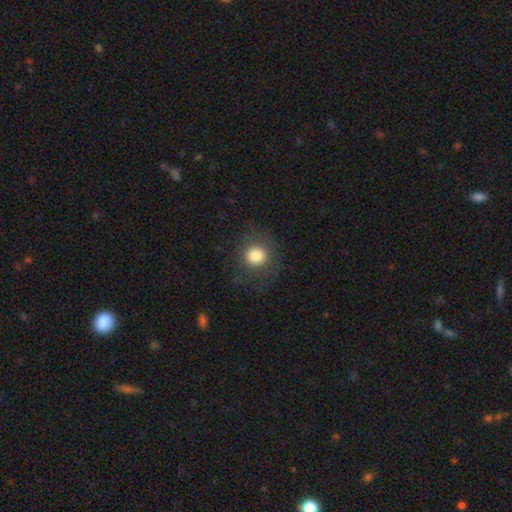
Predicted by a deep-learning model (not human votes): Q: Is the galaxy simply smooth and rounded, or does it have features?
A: smooth — 80%.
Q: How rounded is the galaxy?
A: round — 89%.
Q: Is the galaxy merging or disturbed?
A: none — 80%.